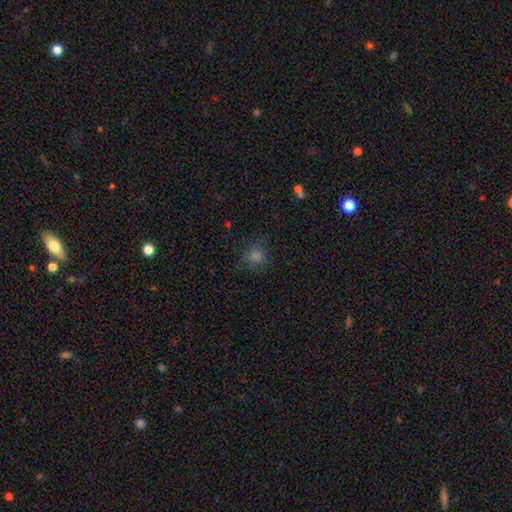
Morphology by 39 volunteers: A smooth galaxy with no disk features (85%) that is round (85%). Merging: none (83%).